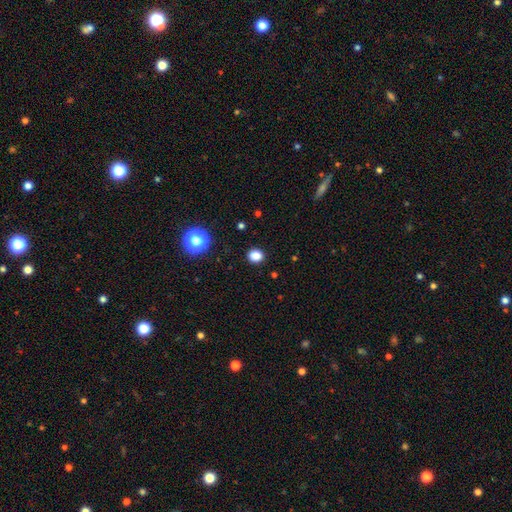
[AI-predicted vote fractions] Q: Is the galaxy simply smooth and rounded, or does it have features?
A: smooth — 84%.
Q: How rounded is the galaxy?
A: round — 70%.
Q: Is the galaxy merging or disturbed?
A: none — 90%.